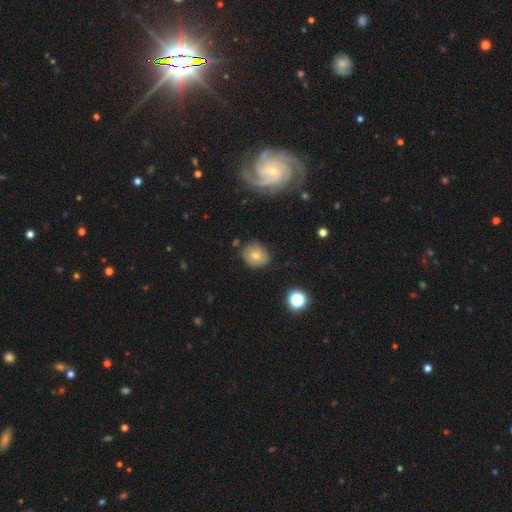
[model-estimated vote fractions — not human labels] This is possibly a smooth galaxy (57%). How rounded: likely round (74%). Merging: likely none (78%).